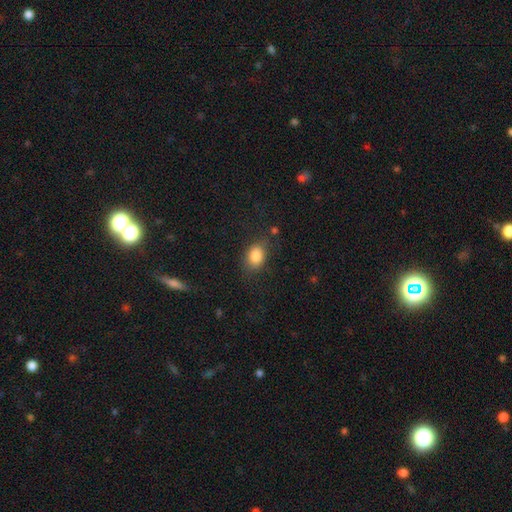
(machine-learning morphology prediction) This is clearly a smooth galaxy (84%). How rounded: likely in between (71%). Merging: likely none (76%).